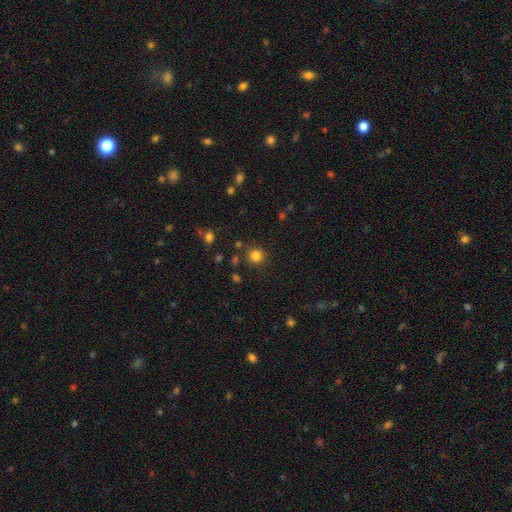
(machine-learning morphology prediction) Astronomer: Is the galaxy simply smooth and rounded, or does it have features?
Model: smooth — 82%.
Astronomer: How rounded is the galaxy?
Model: round — 94%.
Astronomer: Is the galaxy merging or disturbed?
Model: none — 85%.